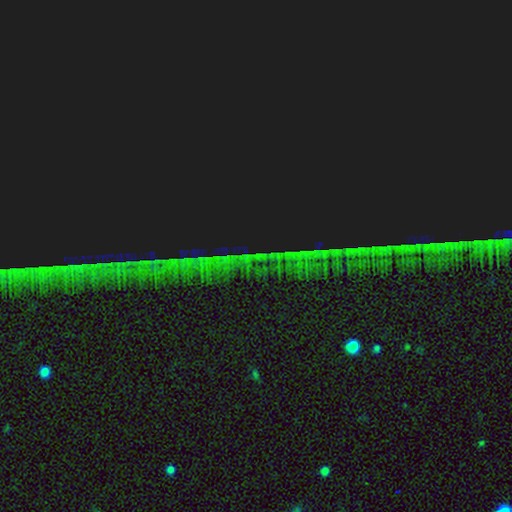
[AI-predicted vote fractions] A star or artifact, not a galaxy (87%).

Vote fractions:
- Smooth or featured? star or artifact: 87% / featured or disk: 7% / smooth: 7%